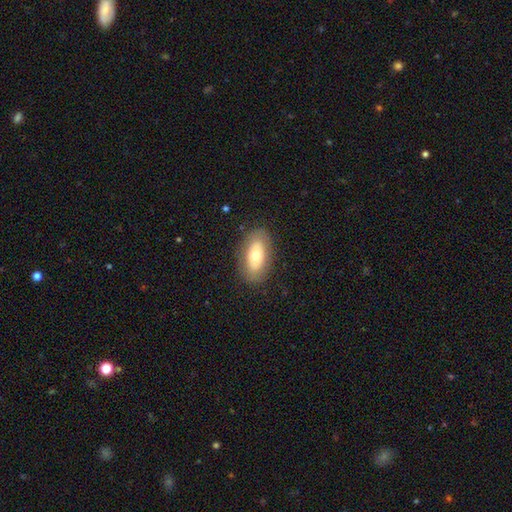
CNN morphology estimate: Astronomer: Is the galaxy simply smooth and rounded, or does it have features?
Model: smooth — 62%.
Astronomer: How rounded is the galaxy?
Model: in between — 90%.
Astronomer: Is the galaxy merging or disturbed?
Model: none — 84%.